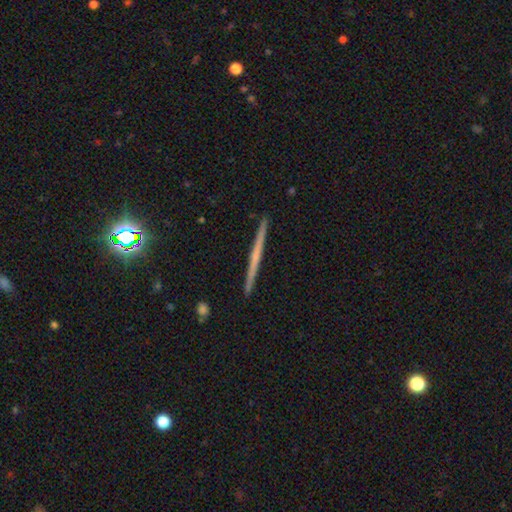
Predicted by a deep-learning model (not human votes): A featured or disk galaxy (59%) viewed edge-on (98%) with no central bulge (79%). Merging: none (93%).